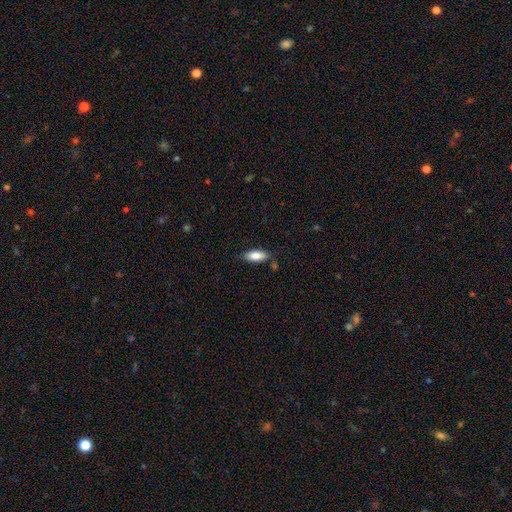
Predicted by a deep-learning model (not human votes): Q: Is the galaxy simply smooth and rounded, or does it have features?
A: smooth — 84%.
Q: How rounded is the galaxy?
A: in between — 77%.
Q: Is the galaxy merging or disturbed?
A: none — 78%.